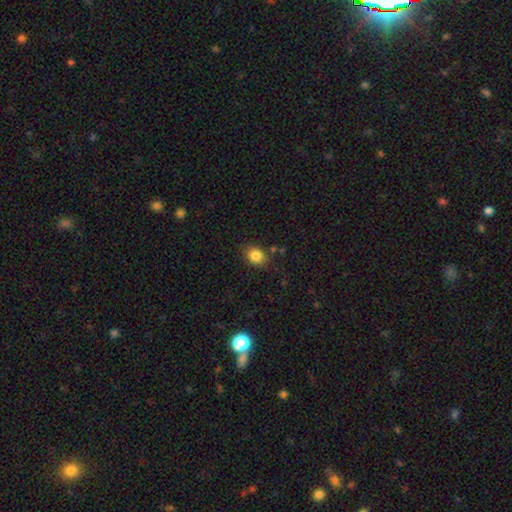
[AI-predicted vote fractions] Overall: smooth (84%). How rounded: round (56%; in between 43%). Merging: none (82%).